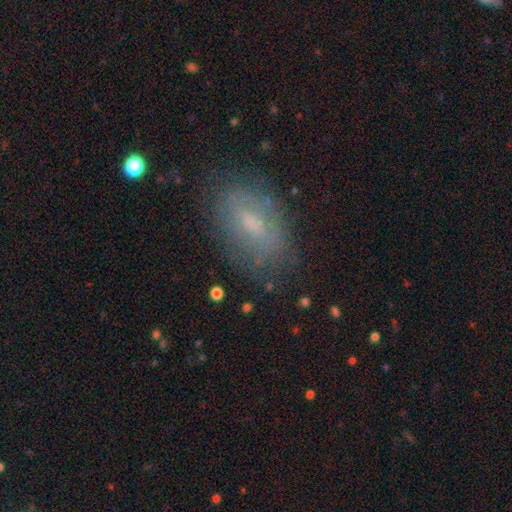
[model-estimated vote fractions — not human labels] This is possibly a smooth galaxy (46%). Merging: likely none (77%).